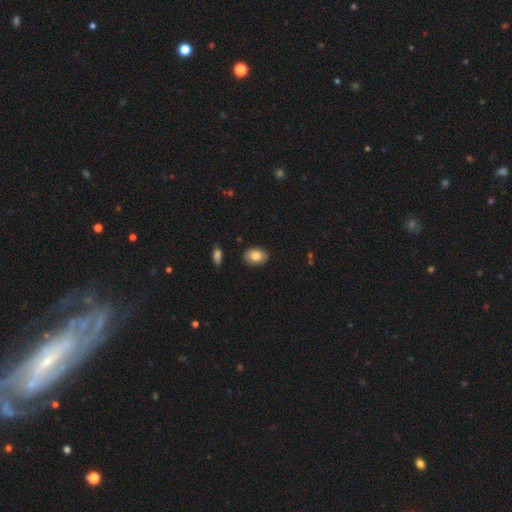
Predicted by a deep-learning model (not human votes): Q: Smooth or featured?
A: smooth (83%); runner-up: featured or disk (10%)
Q: How rounded?
A: in between (76%); runner-up: round (23%)
Q: Merging?
A: none (86%); runner-up: minor disturbance (11%)